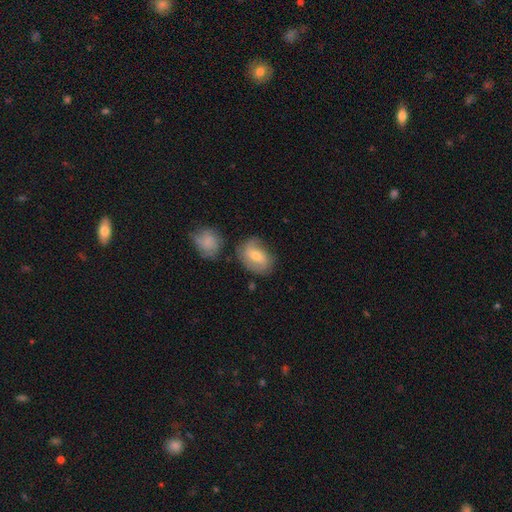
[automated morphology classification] This is possibly a smooth galaxy (48%). Merging: likely none (61%).